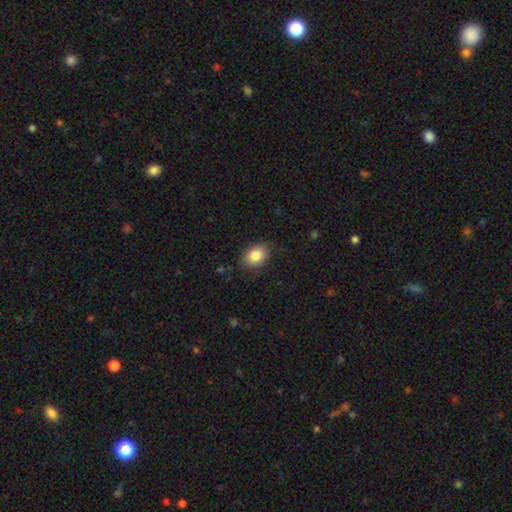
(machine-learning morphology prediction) smooth 84%, star or artifact 8%, featured or disk 8%. Down the decision tree: how rounded — in between (75%); merging — none (82%).